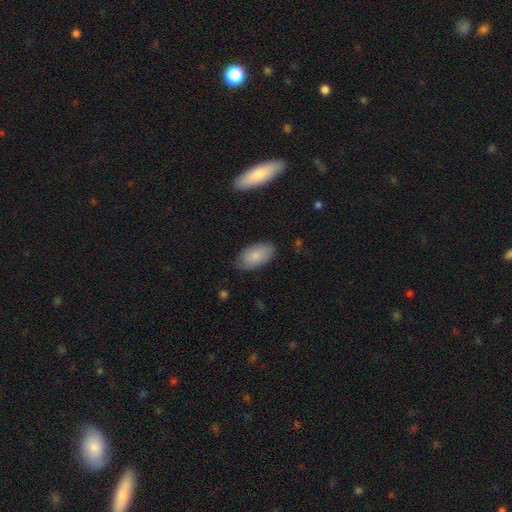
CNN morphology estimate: A smooth galaxy with no disk features (82%) that is in between round and cigar-shaped (95%).

Vote fractions:
- Smooth or featured? smooth: 82% / featured or disk: 12% / star or artifact: 6%
- How rounded? in between: 95% / round: 3% / cigar-shaped: 2%
- Merging? none: 81% / minor disturbance: 15% / major disturbance: 3% / merger: 1%